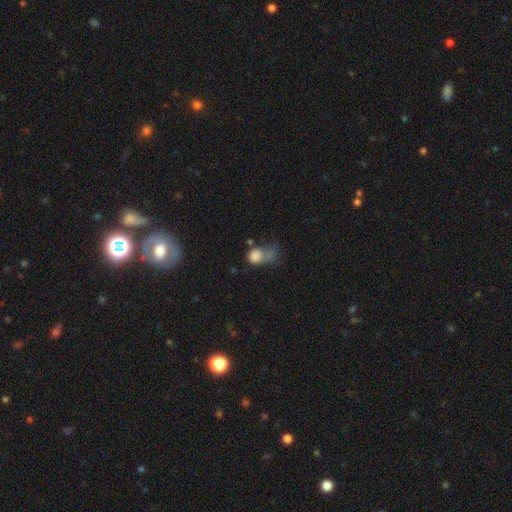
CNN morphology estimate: Q: Smooth or featured?
A: smooth (75%); runner-up: featured or disk (15%)
Q: How rounded?
A: round (54%); runner-up: in between (44%)
Q: Merging?
A: major disturbance (43%); runner-up: merger (22%)